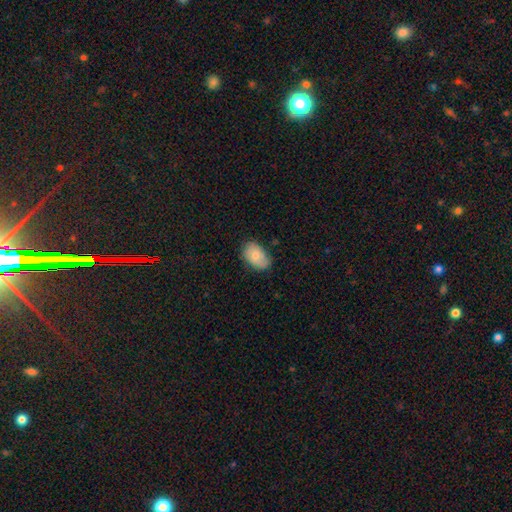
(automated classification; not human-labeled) Overall: smooth (76%). How rounded: in between (89%). Merging: none (72%).